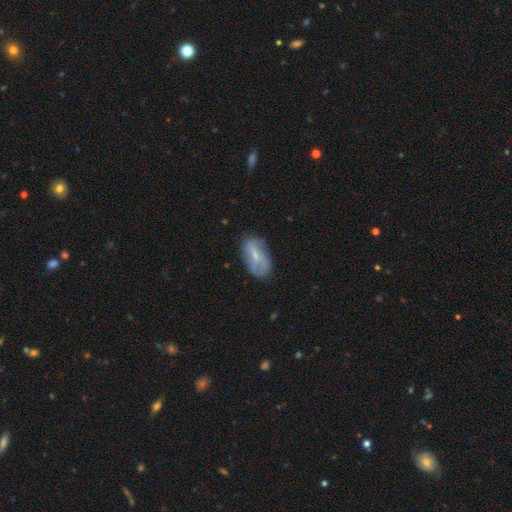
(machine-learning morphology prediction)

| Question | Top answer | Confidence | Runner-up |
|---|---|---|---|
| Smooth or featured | featured or disk | 51% | smooth (42%) |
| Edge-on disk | no | 93% | yes (7%) |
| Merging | none | 62% | minor disturbance (27%) |